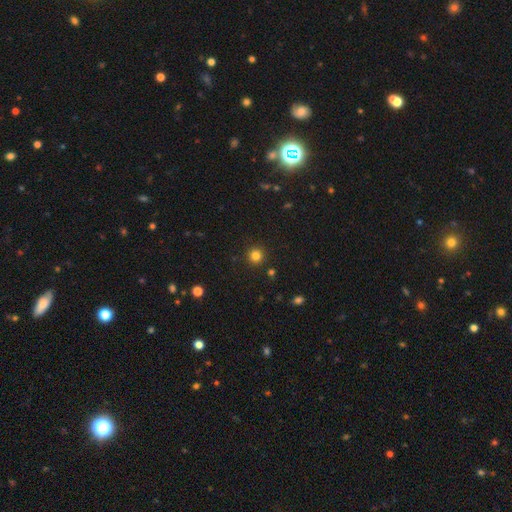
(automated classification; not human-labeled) Smooth or featured?
  - smooth: 82% *
  - star or artifact: 14%
  - featured or disk: 4%
How rounded?
  - round: 95% *
  - in between: 4%
  - cigar-shaped: 1%
Merging?
  - none: 91% *
  - minor disturbance: 5%
  - major disturbance: 2%
  - merger: 2%